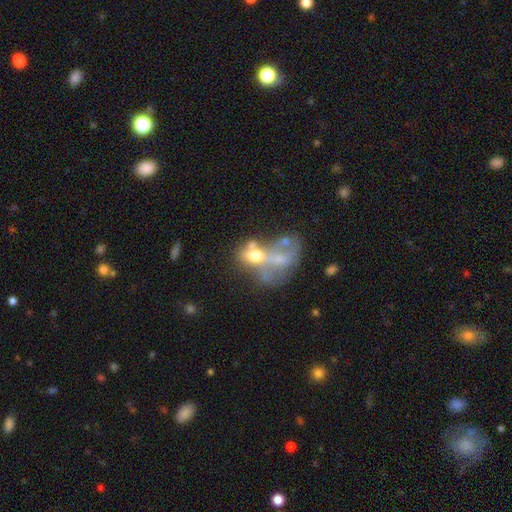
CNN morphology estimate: Smooth or featured: featured or disk — 45% (smooth — 40%)
Merging: merger — 48% (major disturbance — 27%)